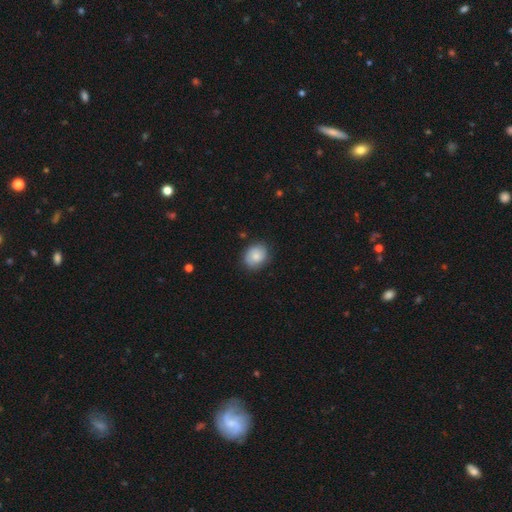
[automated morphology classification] The model was most divided on "how rounded": round: 65%, in between: 34%, cigar-shaped: 1%. More confident: merging — none (79%); smooth or featured — smooth (70%).